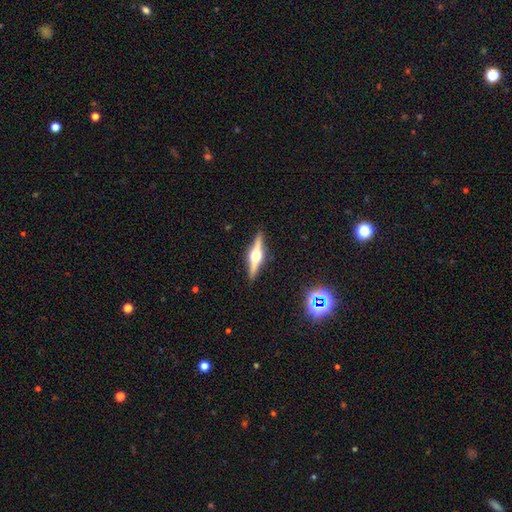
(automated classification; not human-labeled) Smooth or featured? featured or disk (77%)
Edge-on disk? yes (98%)
Edge-on bulge? rounded (95%)
Merging? none (91%)